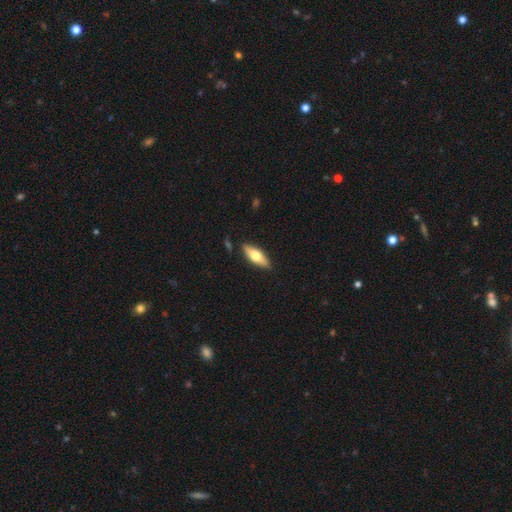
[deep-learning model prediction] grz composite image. It shows a smooth galaxy with no disk features (57%) that is in between round and cigar-shaped (65%). Merging: none (86%).